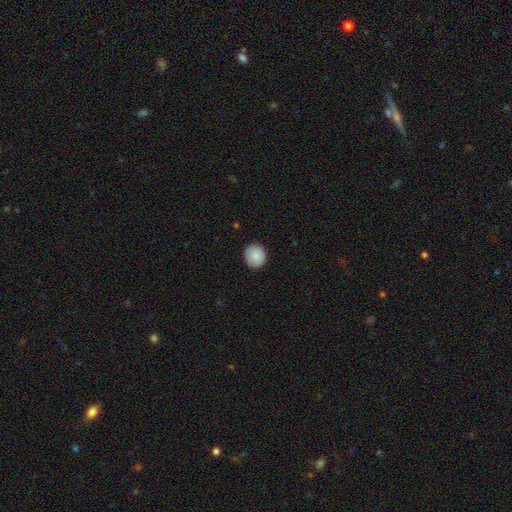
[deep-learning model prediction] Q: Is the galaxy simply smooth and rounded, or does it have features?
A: smooth — 86%.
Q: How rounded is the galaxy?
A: round — 89%.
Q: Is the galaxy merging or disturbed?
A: none — 88%.